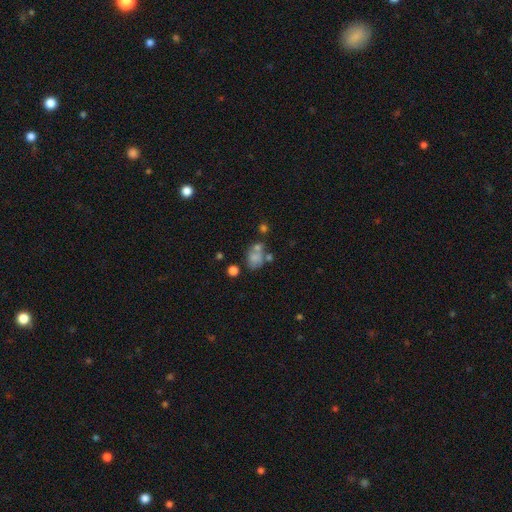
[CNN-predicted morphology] Smooth or featured? Predicted: smooth (p=0.61). How rounded? Predicted: in between (p=0.61). Merging? Predicted: merger (p=0.36).